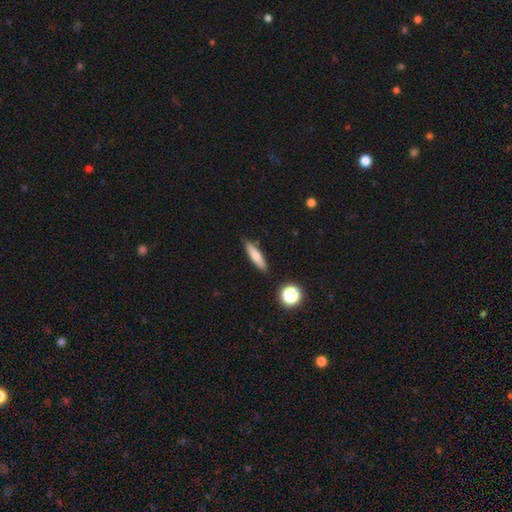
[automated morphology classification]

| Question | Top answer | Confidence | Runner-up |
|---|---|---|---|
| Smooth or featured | smooth | 71% | featured or disk (21%) |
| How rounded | cigar-shaped | 76% | in between (21%) |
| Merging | none | 86% | minor disturbance (10%) |